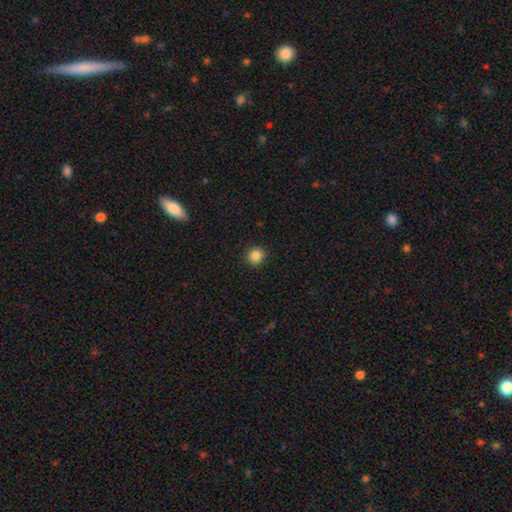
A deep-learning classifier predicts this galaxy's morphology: smooth 86%, star or artifact 10%, featured or disk 4%. Down the decision tree: how rounded — round (90%); merging — none (91%).